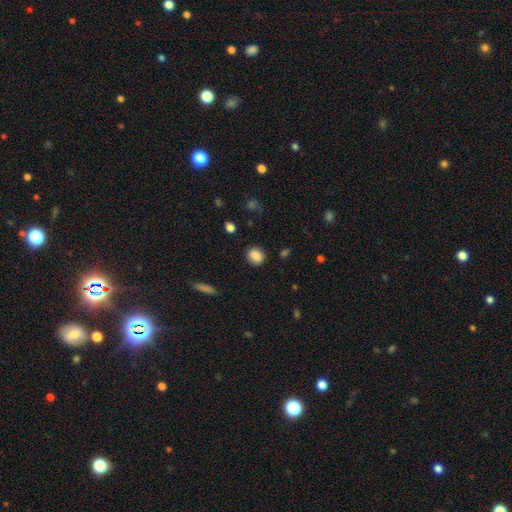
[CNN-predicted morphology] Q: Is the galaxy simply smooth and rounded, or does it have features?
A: smooth — 85%.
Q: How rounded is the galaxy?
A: round — 77%.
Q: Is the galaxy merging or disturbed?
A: none — 88%.